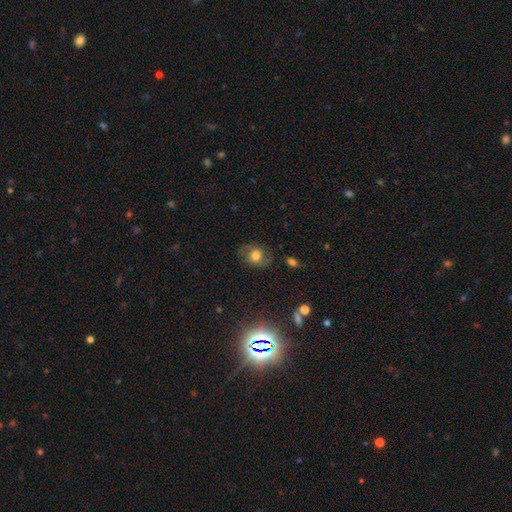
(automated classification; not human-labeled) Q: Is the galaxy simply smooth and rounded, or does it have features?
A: smooth — 52%.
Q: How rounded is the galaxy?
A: round — 54%.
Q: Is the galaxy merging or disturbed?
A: none — 73%.